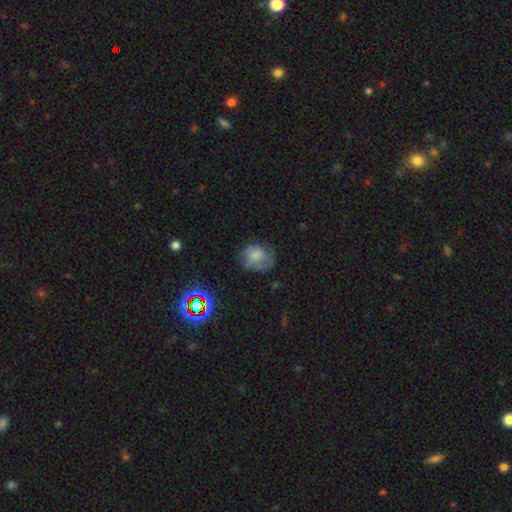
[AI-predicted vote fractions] Morphology: type=smooth (62%); roundness=round (59%); merging=none (51%).